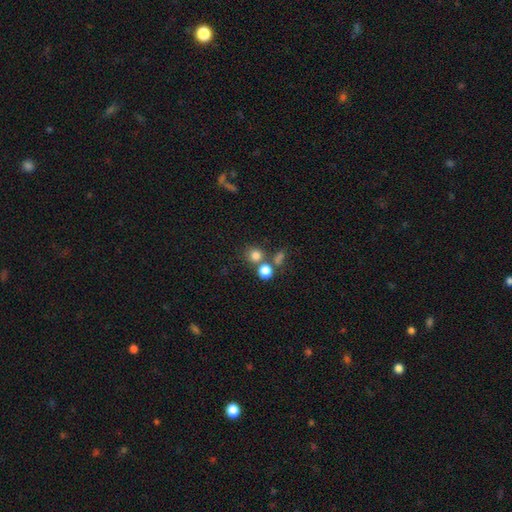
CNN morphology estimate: type=smooth (77%); roundness=round (87%); merging=none (62%).